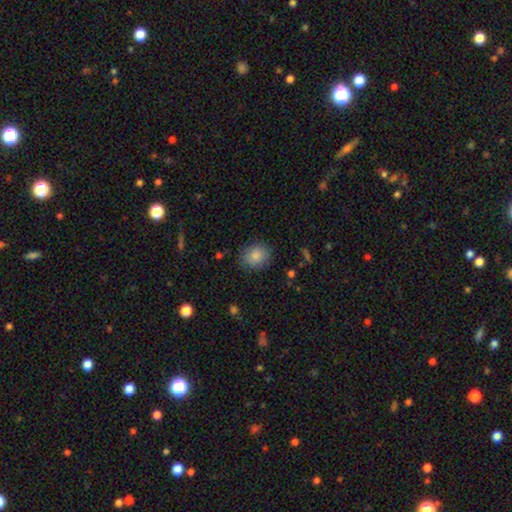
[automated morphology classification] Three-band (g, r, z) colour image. It shows a smooth galaxy with no disk features (85%) that is round (65%). Merging: none (83%).